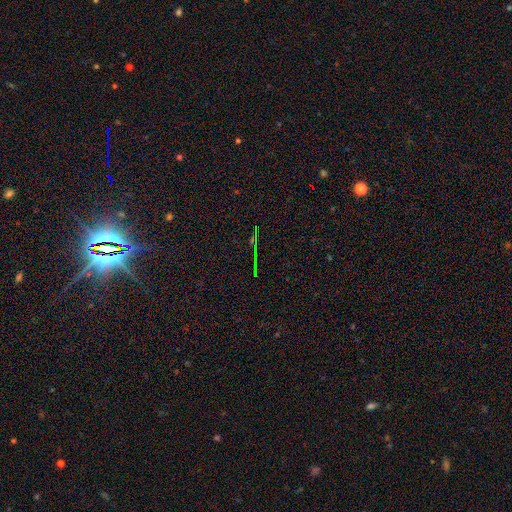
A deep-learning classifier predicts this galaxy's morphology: Smooth or featured: star or artifact — 76% (featured or disk — 14%)